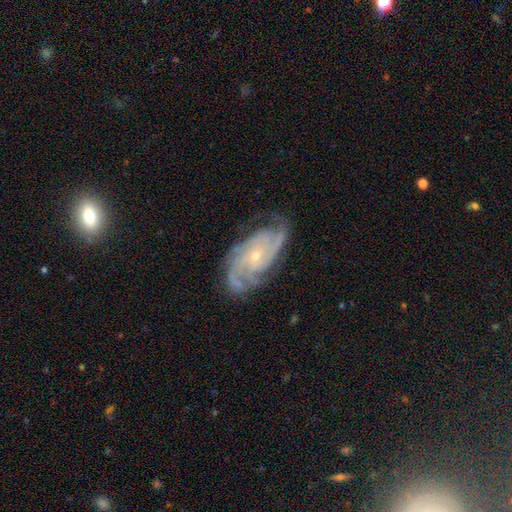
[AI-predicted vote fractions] Smooth or featured? Predicted: featured or disk (p=0.89). Edge-on disk? Predicted: no (p=0.96). Bar? Predicted: no (p=0.73). Spiral arms? Predicted: yes (p=0.98). Spiral winding? Predicted: tight (p=0.55). Spiral arm count? Predicted: 3 (p=0.32). Bulge size? Predicted: small (p=0.79). Merging? Predicted: none (p=0.74).